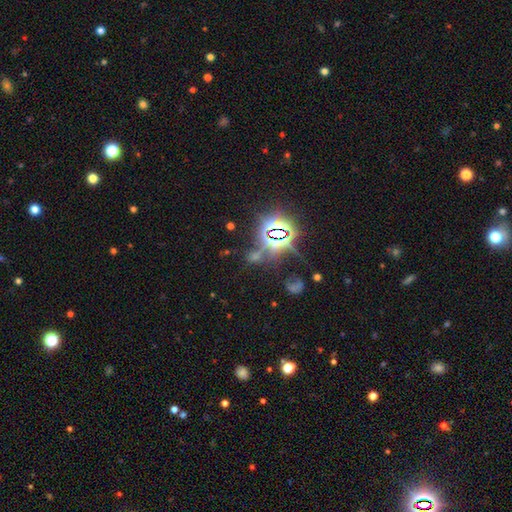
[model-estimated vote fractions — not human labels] This appears to be a star or artifact, not a galaxy (80%).